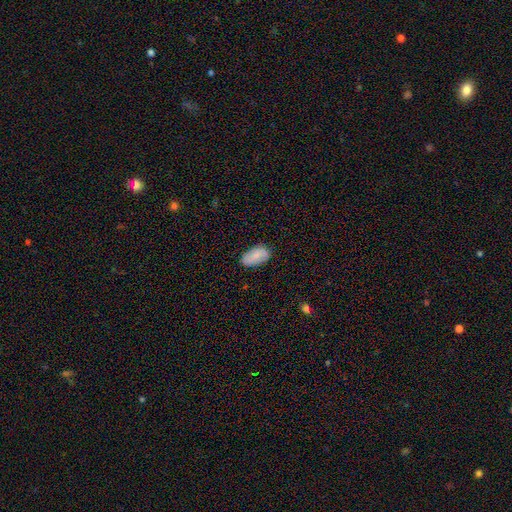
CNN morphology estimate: Overall: smooth (71%). How rounded: in between (94%). Merging: none (80%).